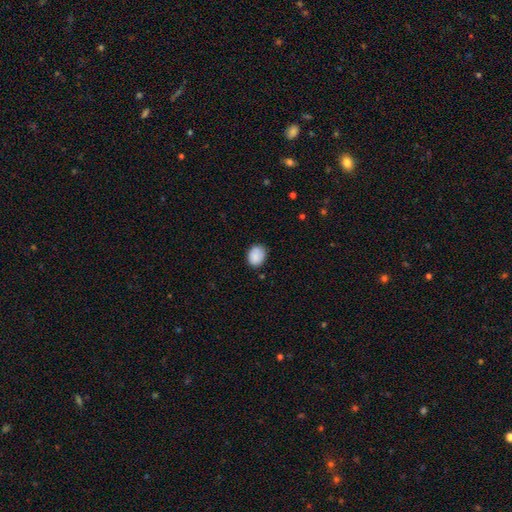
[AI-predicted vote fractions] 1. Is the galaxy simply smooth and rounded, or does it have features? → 87% smooth, 8% star or artifact, 6% featured or disk.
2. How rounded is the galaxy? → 50% in between, 49% round, 1% cigar-shaped.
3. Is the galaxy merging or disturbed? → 78% none, 18% minor disturbance, 3% major disturbance, 2% merger.